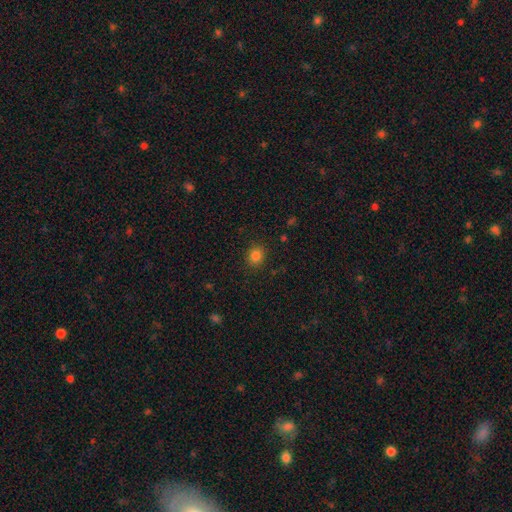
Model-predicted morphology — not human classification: type=smooth (83%); roundness=round (73%); merging=none (89%).